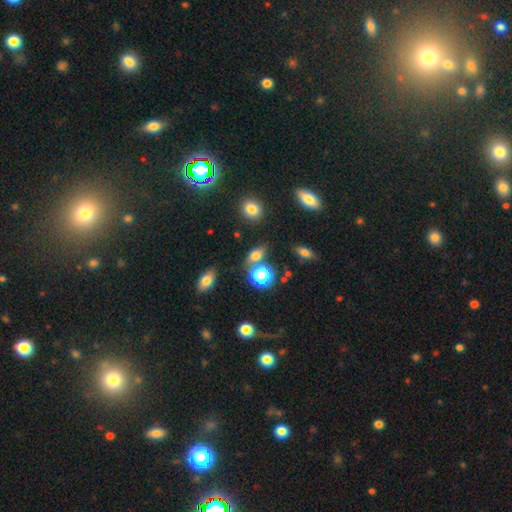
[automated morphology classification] This appears to be a smooth galaxy with no disk features (68%) that is in between round and cigar-shaped (58%). Merging: none (68%).